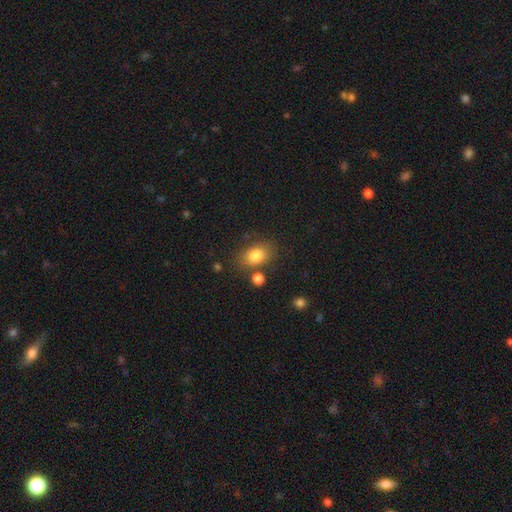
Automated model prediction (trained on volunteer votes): A smooth galaxy with no disk features (82%) that is in between round and cigar-shaped (79%).

Vote fractions:
- Smooth or featured? smooth: 82% / star or artifact: 9% / featured or disk: 9%
- How rounded? in between: 79% / round: 20% / cigar-shaped: 1%
- Merging? none: 74% / minor disturbance: 14% / merger: 7% / major disturbance: 5%